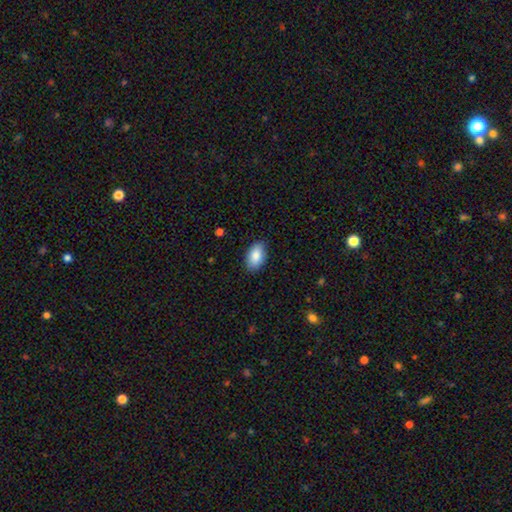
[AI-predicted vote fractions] Q: Smooth or featured?
A: smooth (87%); runner-up: featured or disk (7%)
Q: How rounded?
A: in between (93%); runner-up: round (5%)
Q: Merging?
A: none (86%); runner-up: minor disturbance (11%)